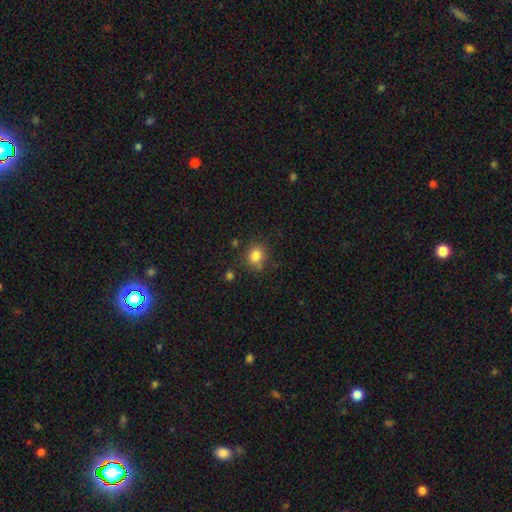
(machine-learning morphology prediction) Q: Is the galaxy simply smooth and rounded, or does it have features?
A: smooth — 83%.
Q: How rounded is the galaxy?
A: round — 75%.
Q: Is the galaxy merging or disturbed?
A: none — 76%.